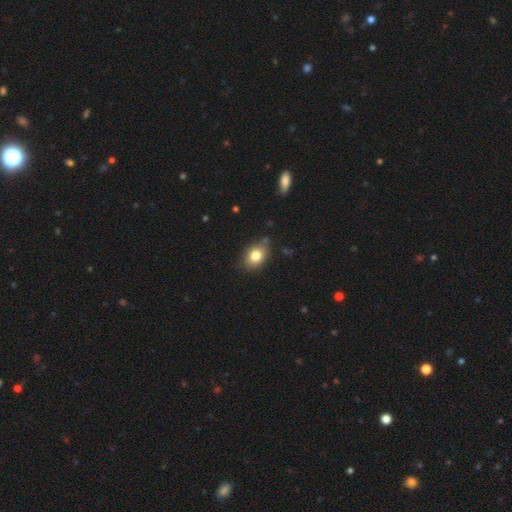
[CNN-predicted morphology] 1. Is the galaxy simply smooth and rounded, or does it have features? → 81% smooth, 10% featured or disk, 10% star or artifact.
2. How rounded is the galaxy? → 70% in between, 29% round, 1% cigar-shaped.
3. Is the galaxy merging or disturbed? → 81% none, 14% minor disturbance, 3% major disturbance, 2% merger.